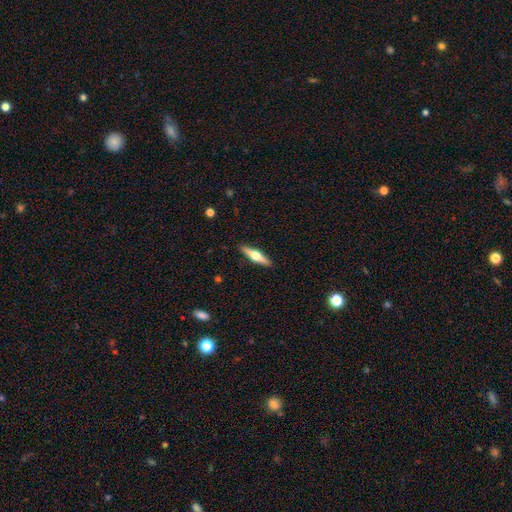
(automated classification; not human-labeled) Morphology: type=featured or disk (62%); edge-on=yes (96%); edge-on bulge=rounded (95%); merging=none (91%).